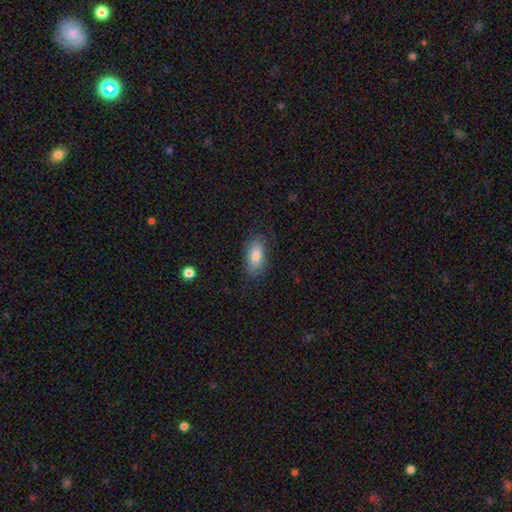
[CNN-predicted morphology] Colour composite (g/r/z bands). It shows a smooth galaxy with no disk features (83%) that is in between round and cigar-shaped (87%). Merging: none (79%).